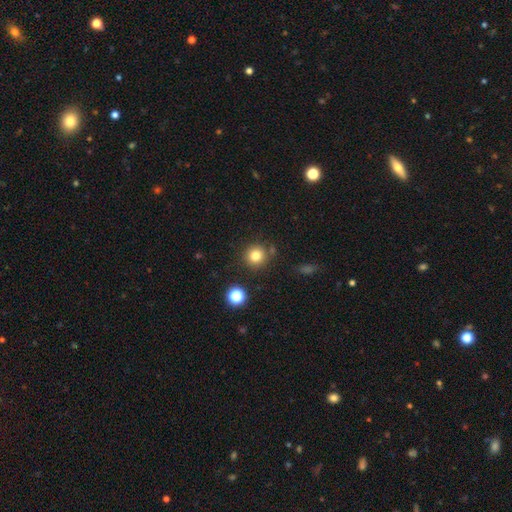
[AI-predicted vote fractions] Q: Smooth or featured?
A: smooth (80%); runner-up: star or artifact (13%)
Q: How rounded?
A: round (93%); runner-up: in between (6%)
Q: Merging?
A: none (84%); runner-up: minor disturbance (8%)